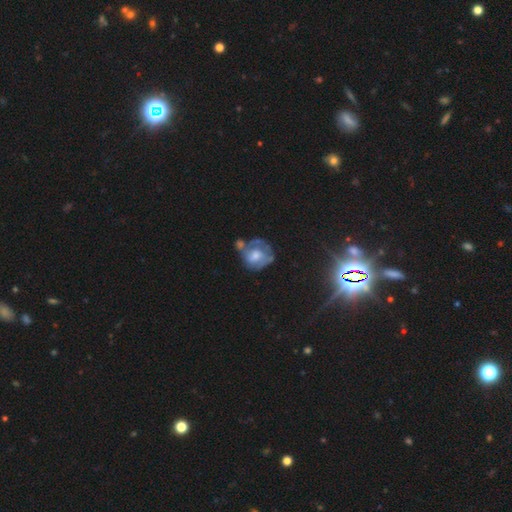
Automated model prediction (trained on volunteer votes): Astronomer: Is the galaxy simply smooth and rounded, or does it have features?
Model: featured or disk — 54% (runner-up: smooth, 38%).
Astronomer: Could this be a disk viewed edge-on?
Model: no — 97%.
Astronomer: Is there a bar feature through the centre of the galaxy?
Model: no — 73%.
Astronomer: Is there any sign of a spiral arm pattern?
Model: no — 53% (runner-up: yes, 47%).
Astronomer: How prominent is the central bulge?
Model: moderate — 53%.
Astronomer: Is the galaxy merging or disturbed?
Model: none — 35% (runner-up: minor disturbance, 24%).